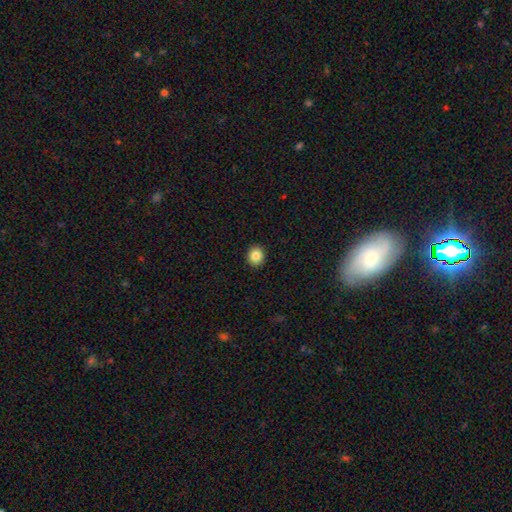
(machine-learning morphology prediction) Smooth or featured? smooth (85%)
How rounded? round (81%)
Merging? none (92%)